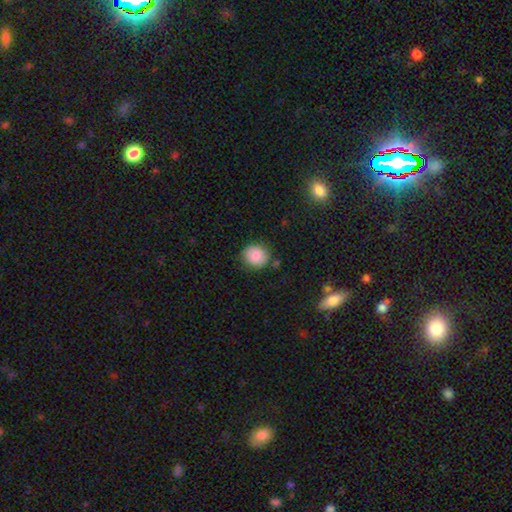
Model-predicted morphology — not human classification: smooth-or-featured: smooth: 86% | star or artifact: 8% | featured or disk: 6%
  how-rounded: round: 83% | in between: 16% | cigar-shaped: 1%
  merging: none: 83% | minor disturbance: 12% | major disturbance: 3% | merger: 3%